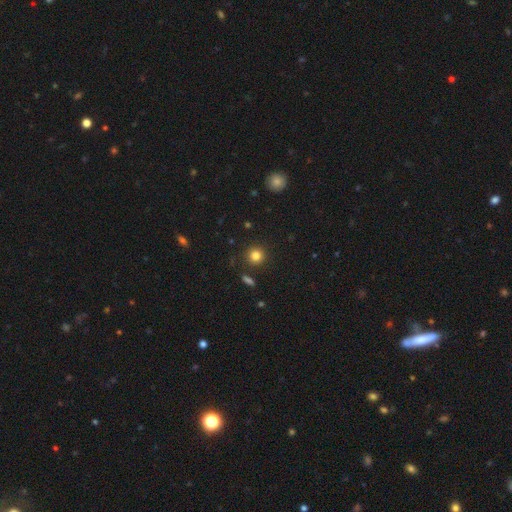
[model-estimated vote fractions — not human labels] smooth-or-featured: smooth: 82% | star or artifact: 13% | featured or disk: 6%
  how-rounded: round: 93% | in between: 6% | cigar-shaped: 1%
  merging: none: 88% | minor disturbance: 6% | merger: 3% | major disturbance: 2%